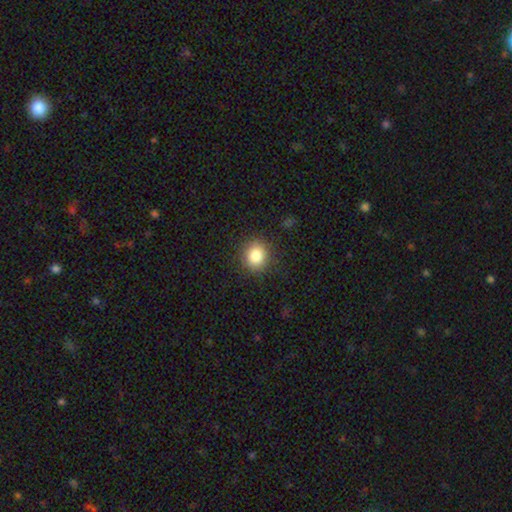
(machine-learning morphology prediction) smooth_or_featured: smooth (p=0.84) [alt: star or artifact p=0.10]
how_rounded: round (p=0.81) [alt: in between p=0.18]
merging: none (p=0.88) [alt: minor disturbance p=0.08]